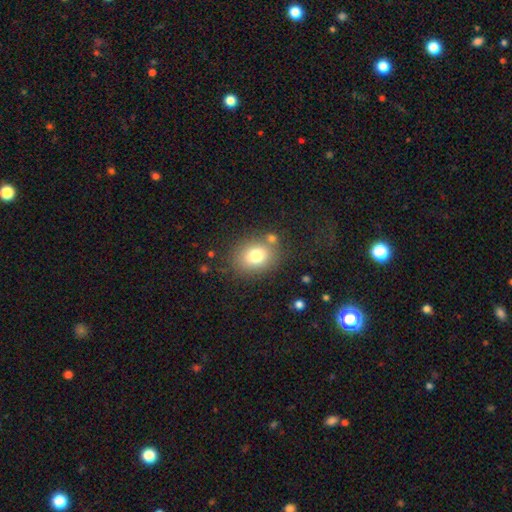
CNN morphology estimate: Smooth or featured?
  - smooth: 78% *
  - featured or disk: 11%
  - star or artifact: 11%
How rounded?
  - in between: 51% *
  - round: 48%
  - cigar-shaped: 1%
Merging?
  - none: 74% *
  - minor disturbance: 12%
  - merger: 9%
  - major disturbance: 5%